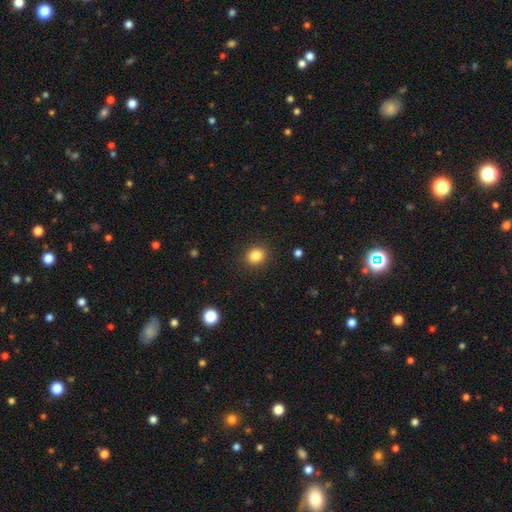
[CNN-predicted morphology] smooth 84%, star or artifact 11%, featured or disk 5%. Down the decision tree: how rounded — round (76%); merging — none (90%).